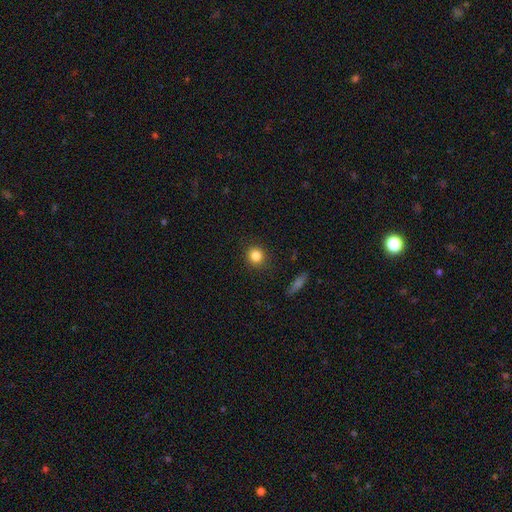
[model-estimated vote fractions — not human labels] Overall: smooth (84%). How rounded: round (91%). Merging: none (89%).